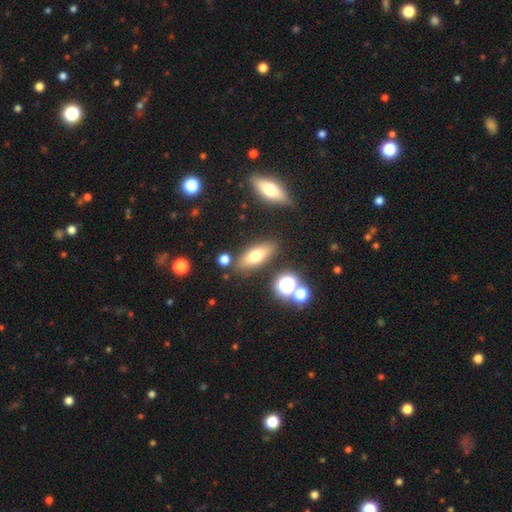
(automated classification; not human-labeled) The model was most divided on "how rounded": in between: 64%, cigar-shaped: 30%, round: 6%. More confident: merging — none (81%); smooth or featured — smooth (65%).